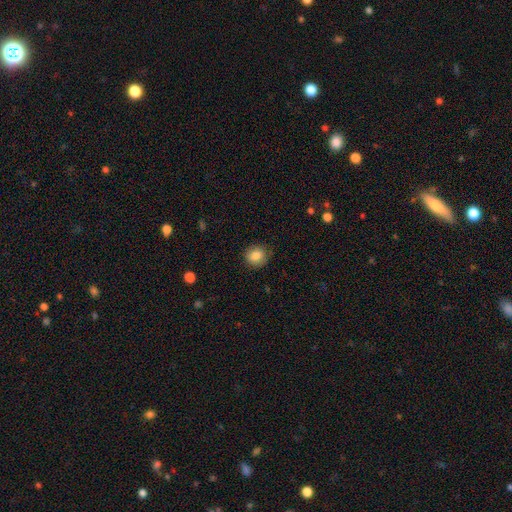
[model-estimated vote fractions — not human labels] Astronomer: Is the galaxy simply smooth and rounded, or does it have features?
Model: smooth — 85%.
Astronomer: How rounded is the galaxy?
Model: round — 85%.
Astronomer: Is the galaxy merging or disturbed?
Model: none — 85%.